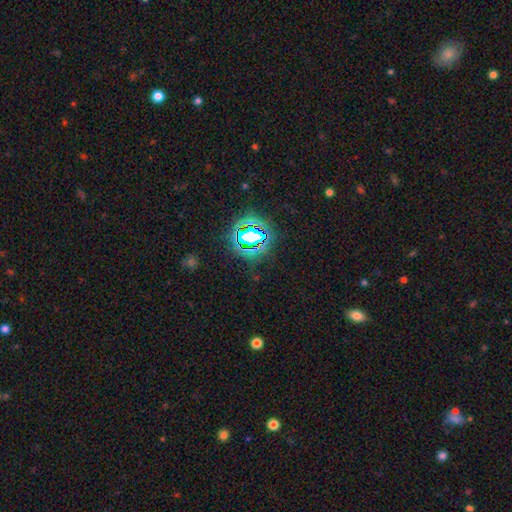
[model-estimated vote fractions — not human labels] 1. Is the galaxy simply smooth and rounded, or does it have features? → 77% star or artifact, 16% smooth, 7% featured or disk.